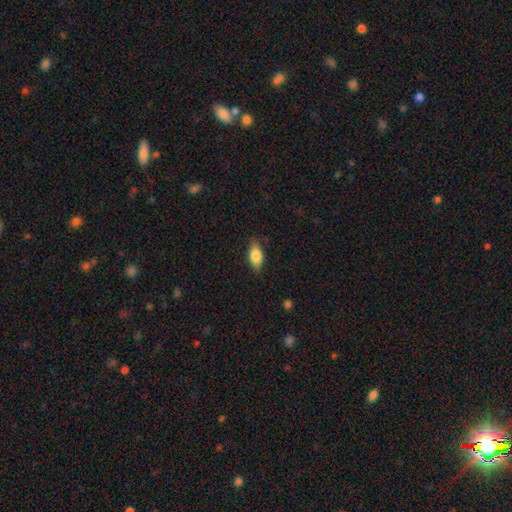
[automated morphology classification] smooth-or-featured: smooth: 78% | featured or disk: 15% | star or artifact: 7%
  how-rounded: in between: 86% | cigar-shaped: 9% | round: 4%
  merging: none: 82% | minor disturbance: 14% | major disturbance: 3% | merger: 1%